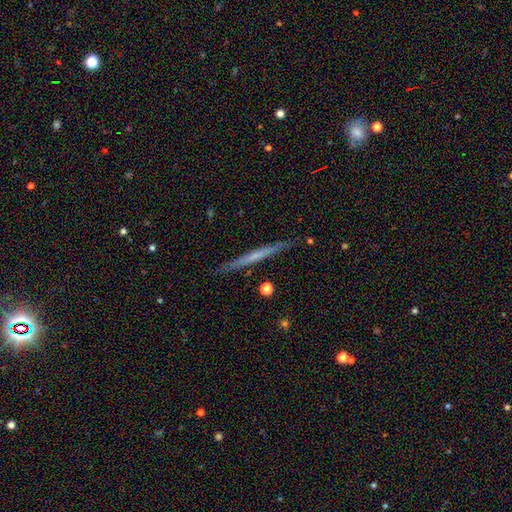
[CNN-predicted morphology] Smooth or featured? featured or disk (53%)
Edge-on disk? yes (97%)
Edge-on bulge? none (84%)
Merging? none (90%)